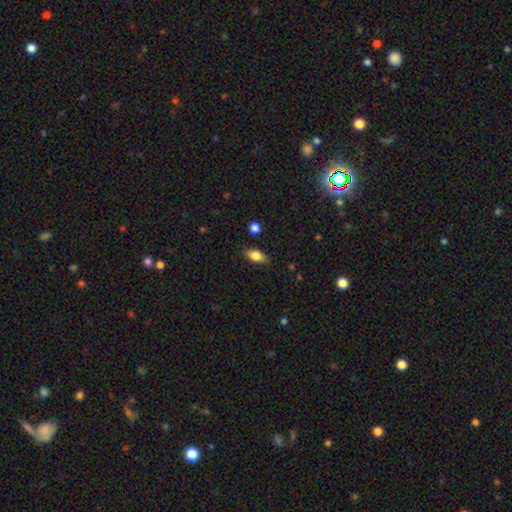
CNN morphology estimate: smooth 70%, featured or disk 22%, star or artifact 8%. Down the decision tree: how rounded — in between (82%); merging — none (83%).